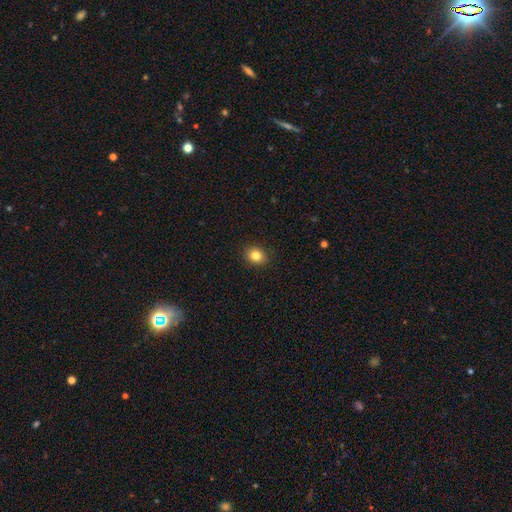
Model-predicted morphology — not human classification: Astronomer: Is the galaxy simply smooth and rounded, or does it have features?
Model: smooth — 82%.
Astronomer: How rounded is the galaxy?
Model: round — 56% (runner-up: in between, 43%).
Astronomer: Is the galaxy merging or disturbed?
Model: none — 90%.